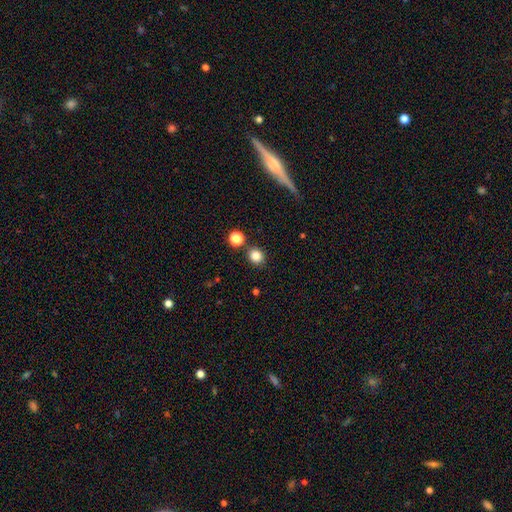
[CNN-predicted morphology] This is clearly a smooth galaxy (83%). How rounded: clearly round (82%). Merging: clearly none (82%).